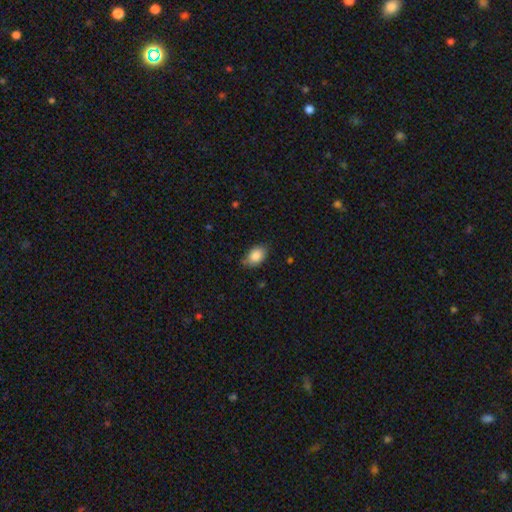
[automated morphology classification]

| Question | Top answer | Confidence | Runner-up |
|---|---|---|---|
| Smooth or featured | smooth | 87% | star or artifact (7%) |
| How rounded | in between | 86% | round (12%) |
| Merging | none | 76% | minor disturbance (19%) |